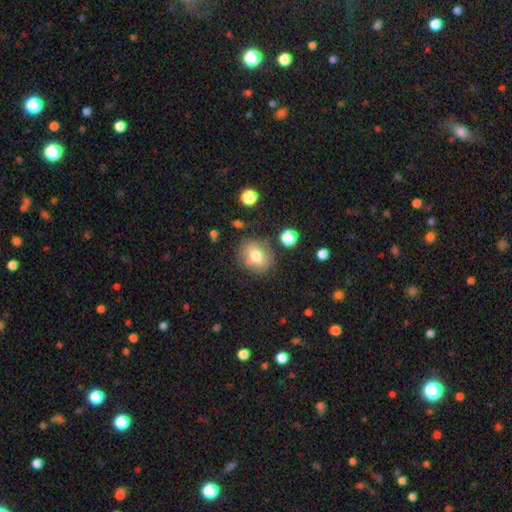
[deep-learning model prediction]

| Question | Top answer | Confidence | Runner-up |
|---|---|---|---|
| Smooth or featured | smooth | 69% | featured or disk (20%) |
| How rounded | round | 55% | in between (43%) |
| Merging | none | 72% | minor disturbance (16%) |